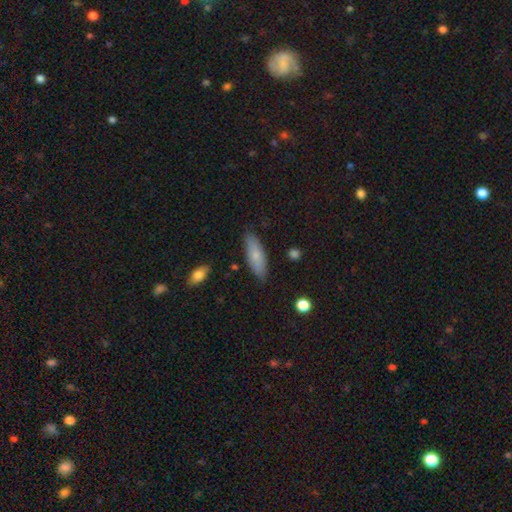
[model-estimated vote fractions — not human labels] Smooth or featured?
  - smooth: 73% *
  - featured or disk: 20%
  - star or artifact: 7%
How rounded?
  - in between: 57% *
  - cigar-shaped: 40%
  - round: 2%
Merging?
  - none: 85% *
  - minor disturbance: 11%
  - major disturbance: 2%
  - merger: 2%